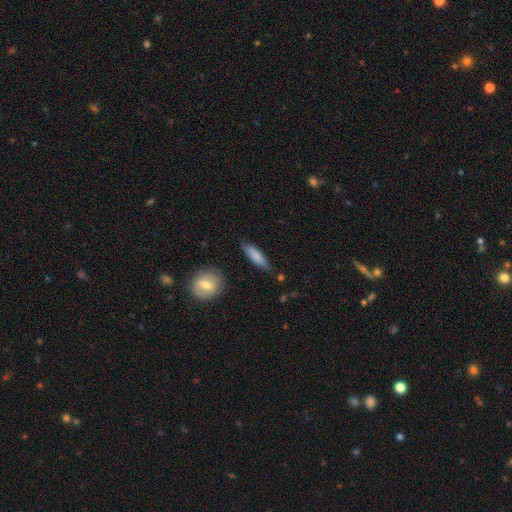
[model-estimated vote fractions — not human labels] This appears to be a smooth galaxy with no disk features (80%) that is cigar-shaped (60%). Merging: none (82%).